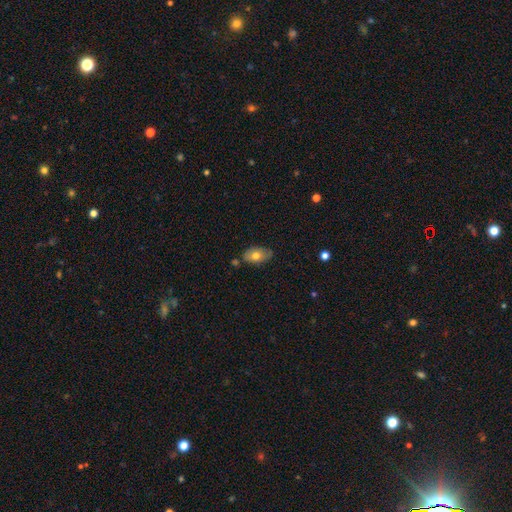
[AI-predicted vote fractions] The model was most divided on "smooth or featured": smooth: 69%, featured or disk: 23%, star or artifact: 7%. More confident: how rounded — in between (90%); merging — none (70%).